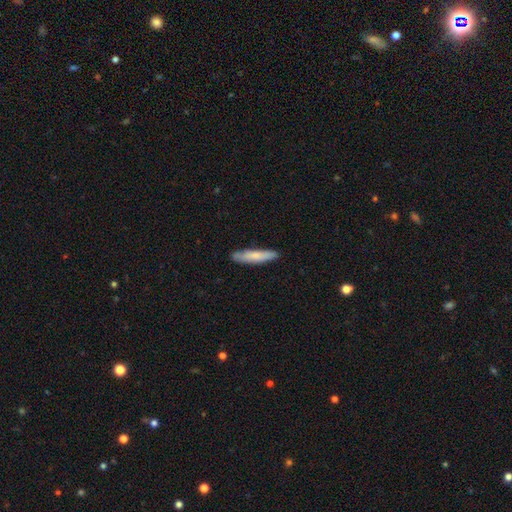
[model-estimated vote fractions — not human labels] Smooth or featured? smooth (75%)
How rounded? cigar-shaped (88%)
Merging? none (87%)